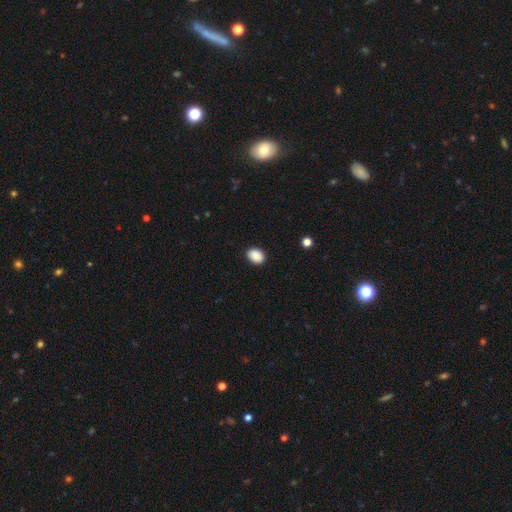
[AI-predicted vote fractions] Smooth or featured?
  - smooth: 89% *
  - star or artifact: 8%
  - featured or disk: 3%
How rounded?
  - in between: 65% *
  - round: 34%
  - cigar-shaped: 1%
Merging?
  - none: 89% *
  - minor disturbance: 8%
  - major disturbance: 2%
  - merger: 1%